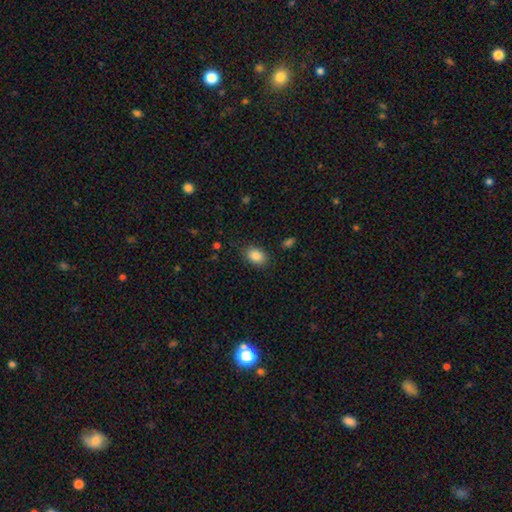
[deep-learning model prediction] A smooth galaxy with no disk features (86%) that is in between round and cigar-shaped (75%). Merging: none (83%).